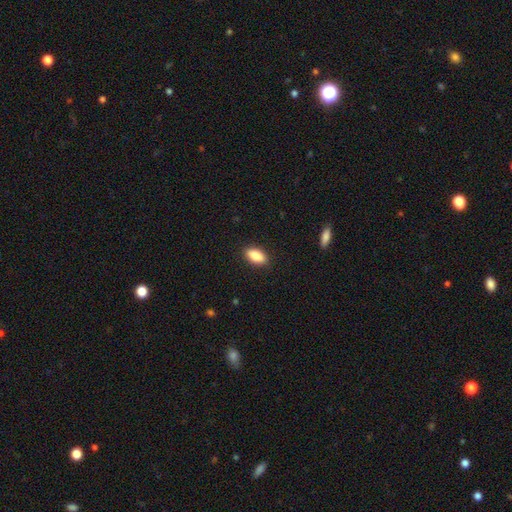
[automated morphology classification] This appears to be a smooth galaxy with no disk features (86%) that is in between round and cigar-shaped (89%). Merging: none (89%).